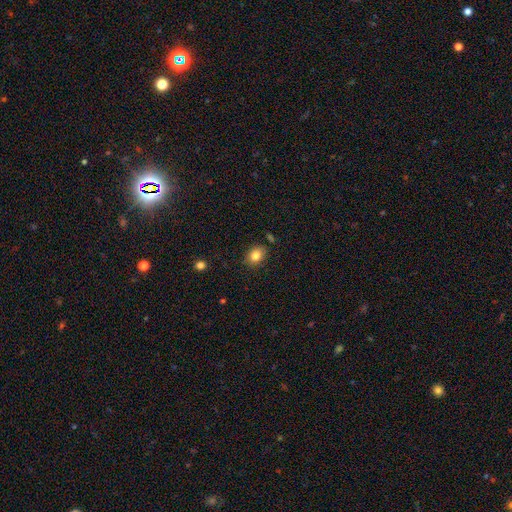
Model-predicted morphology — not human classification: type=smooth (83%); roundness=in between (60%); merging=none (83%).